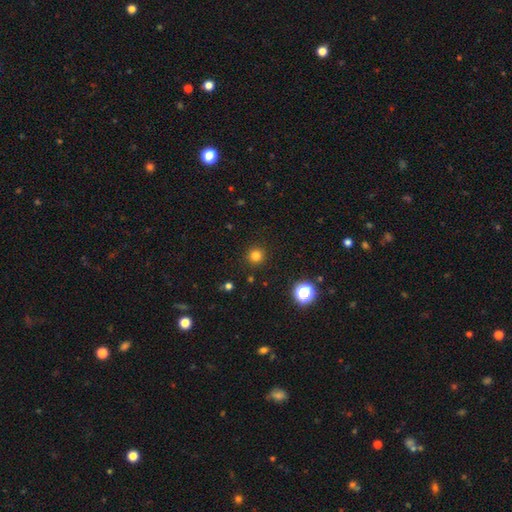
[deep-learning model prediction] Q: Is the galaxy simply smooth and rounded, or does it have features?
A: smooth — 79%.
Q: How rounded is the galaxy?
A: round — 94%.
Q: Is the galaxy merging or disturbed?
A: none — 91%.